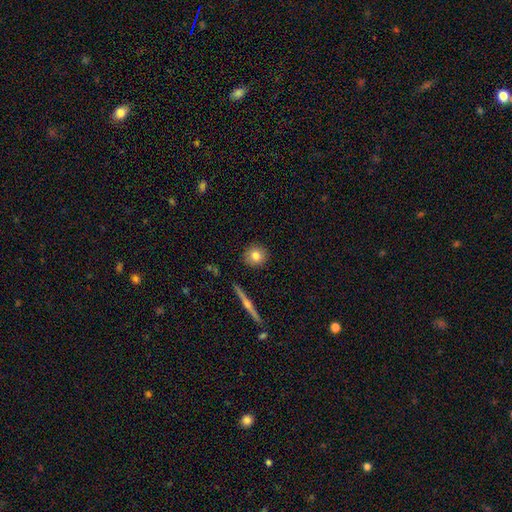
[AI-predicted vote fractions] Smooth or featured: smooth — 79% (featured or disk — 12%)
How rounded: round — 87% (in between — 11%)
Merging: none — 90% (minor disturbance — 7%)